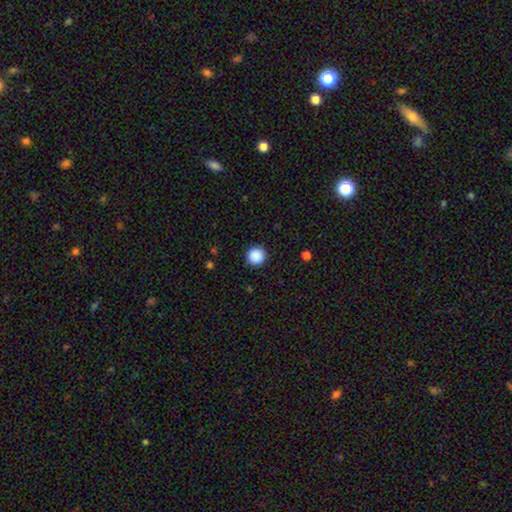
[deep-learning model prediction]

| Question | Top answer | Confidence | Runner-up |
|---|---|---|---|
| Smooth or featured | smooth | 89% | star or artifact (9%) |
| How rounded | round | 96% | in between (3%) |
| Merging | none | 92% | minor disturbance (5%) |